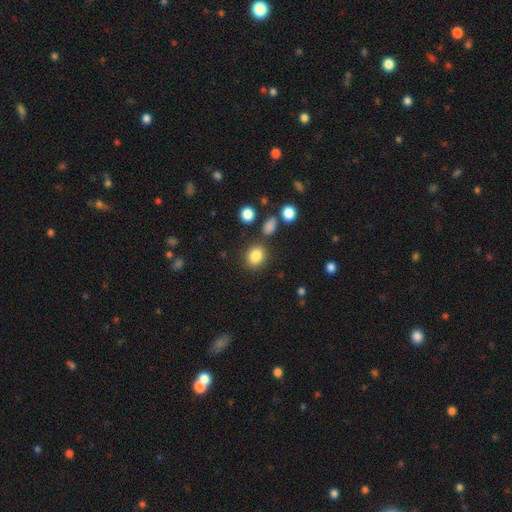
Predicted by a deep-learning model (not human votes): Morphology: type=smooth (84%); roundness=round (65%); merging=none (82%).